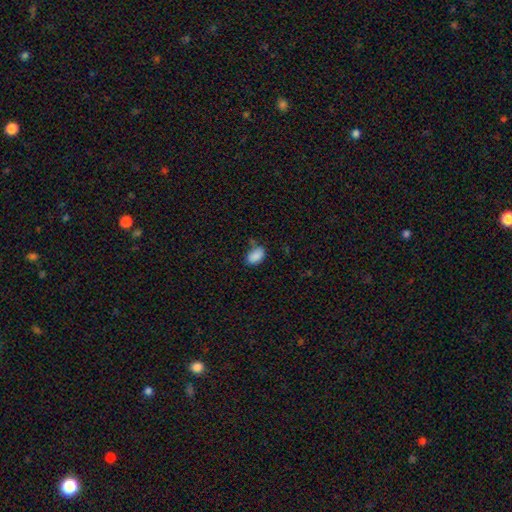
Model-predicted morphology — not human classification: Smooth or featured? smooth (87%)
How rounded? in between (91%)
Merging? none (58%)